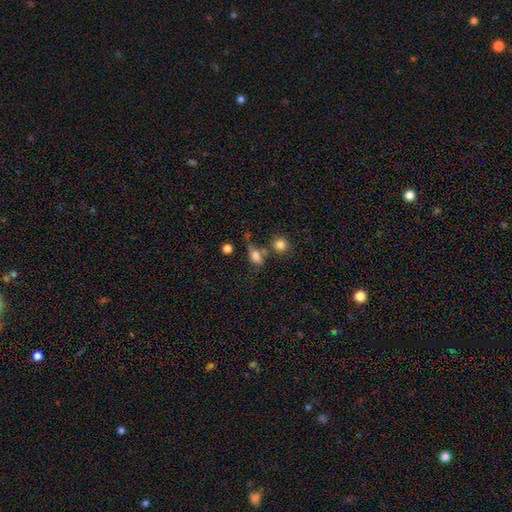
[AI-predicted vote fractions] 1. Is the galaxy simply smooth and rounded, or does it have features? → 78% smooth, 12% star or artifact, 11% featured or disk.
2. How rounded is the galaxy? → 73% in between, 23% round, 4% cigar-shaped.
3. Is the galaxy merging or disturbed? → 44% none, 22% merger, 21% minor disturbance, 12% major disturbance.